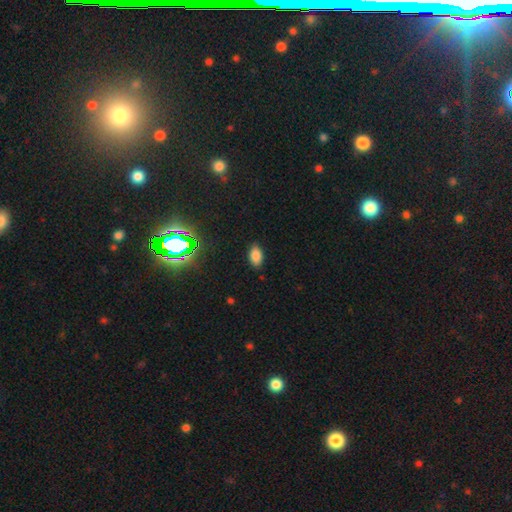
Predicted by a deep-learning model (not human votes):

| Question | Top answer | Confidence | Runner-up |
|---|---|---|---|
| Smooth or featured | smooth | 78% | star or artifact (15%) |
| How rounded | in between | 91% | round (7%) |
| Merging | none | 86% | minor disturbance (11%) |